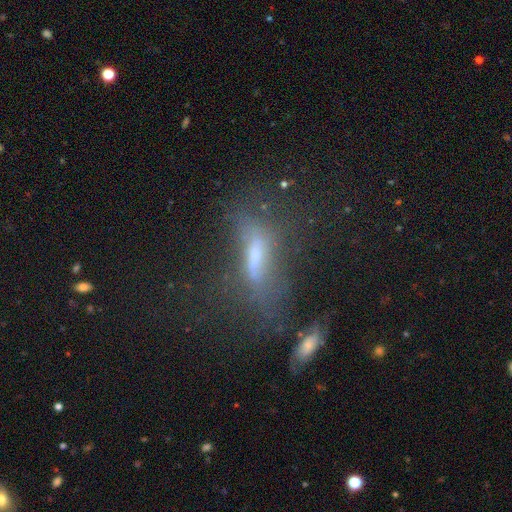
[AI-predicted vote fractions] Smooth or featured?
  - featured or disk: 44% *
  - smooth: 38%
  - star or artifact: 18%
Merging?
  - none: 42% *
  - major disturbance: 28%
  - minor disturbance: 21%
  - merger: 9%